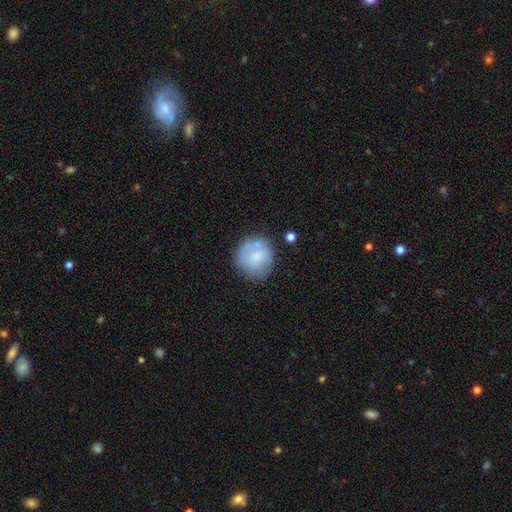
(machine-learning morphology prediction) Smooth or featured? Predicted: smooth (p=0.66). How rounded? Predicted: round (p=0.85). Merging? Predicted: none (p=0.61).